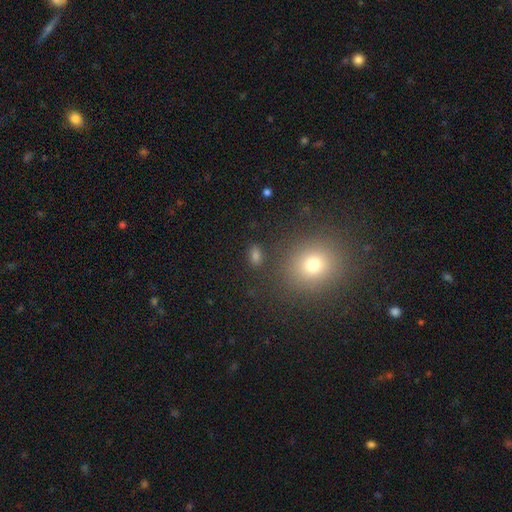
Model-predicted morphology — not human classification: Smooth or featured? Predicted: smooth (p=0.73). How rounded? Predicted: in between (p=0.73). Merging? Predicted: none (p=0.81).